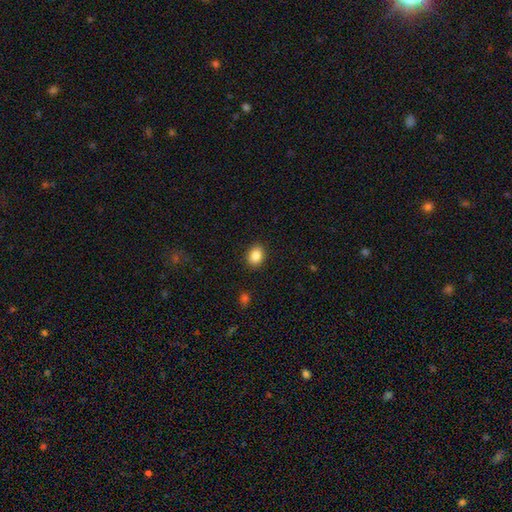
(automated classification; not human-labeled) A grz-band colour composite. It shows a smooth galaxy with no disk features (86%) that is in between round and cigar-shaped (57%). Merging: none (89%).